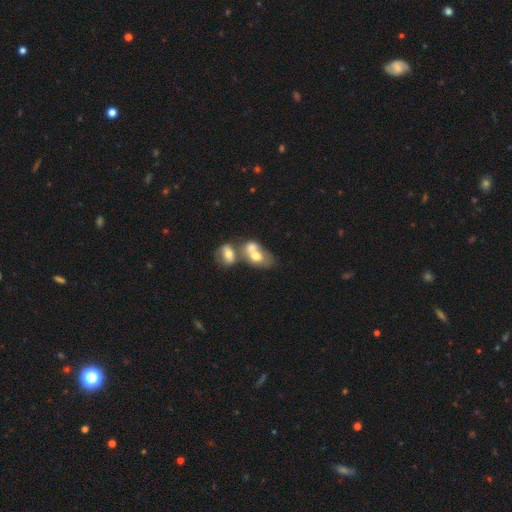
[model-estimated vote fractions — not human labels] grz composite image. It shows a smooth galaxy with no disk features (63%) that is in between round and cigar-shaped (77%). Merging: merger (71%).